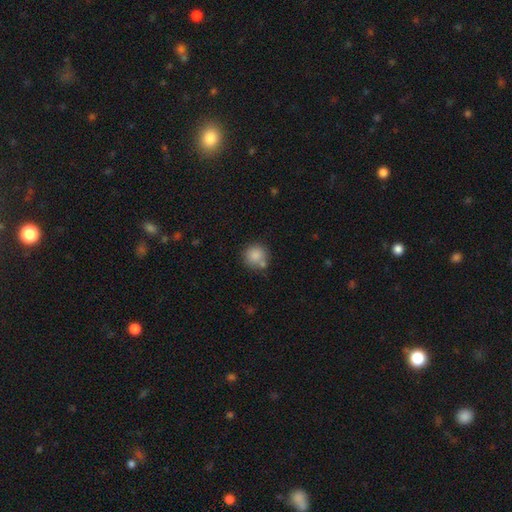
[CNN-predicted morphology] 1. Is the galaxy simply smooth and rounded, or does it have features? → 85% smooth, 9% star or artifact, 6% featured or disk.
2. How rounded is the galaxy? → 92% round, 7% in between, 1% cigar-shaped.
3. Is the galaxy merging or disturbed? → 67% none, 15% merger, 14% minor disturbance, 4% major disturbance.